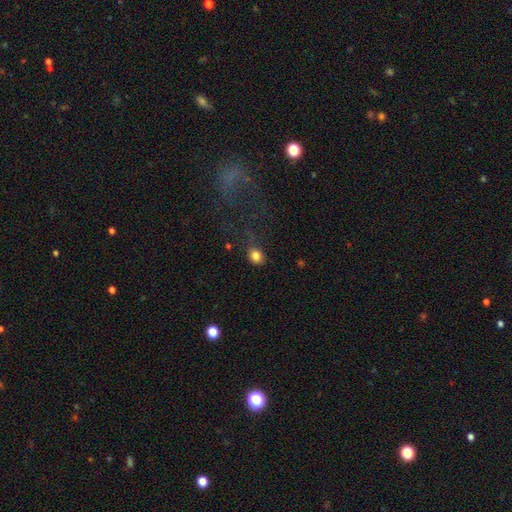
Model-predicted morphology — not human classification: Smooth or featured?
  - smooth: 82% *
  - star or artifact: 12%
  - featured or disk: 6%
How rounded?
  - round: 66% *
  - in between: 33%
  - cigar-shaped: 1%
Merging?
  - none: 67% *
  - minor disturbance: 20%
  - major disturbance: 9%
  - merger: 3%